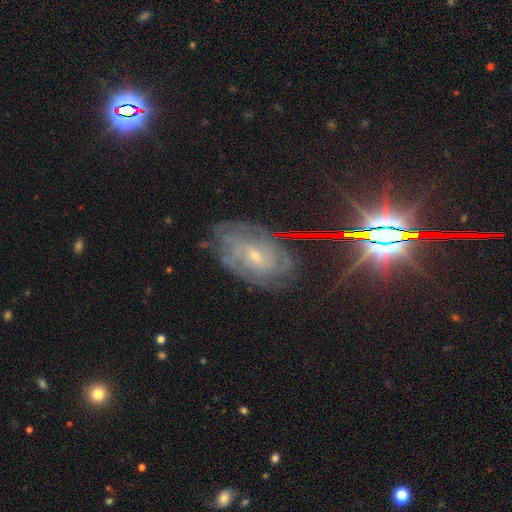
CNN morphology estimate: The model was most divided on "bar": no: 51%, weak: 37%, strong: 12%. Remaining: edge-on disk — no (95%); spiral arms — yes (92%); bulge size — small (78%); smooth or featured — featured or disk (75%); merging — none (74%); spiral winding — tight (67%); spiral arm count — can't tell (49%).